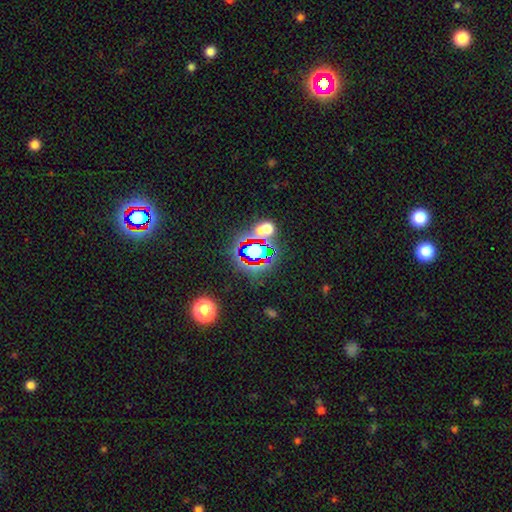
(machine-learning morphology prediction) A star or artifact, not a galaxy (64%).

Vote fractions:
- Smooth or featured? star or artifact: 64% / smooth: 24% / featured or disk: 13%